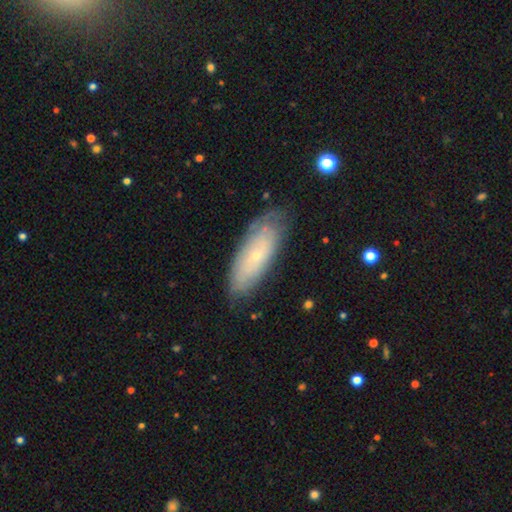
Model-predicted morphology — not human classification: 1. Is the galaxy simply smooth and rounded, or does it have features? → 50% featured or disk, 43% smooth, 7% star or artifact.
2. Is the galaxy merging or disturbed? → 73% none, 20% minor disturbance, 5% major disturbance, 2% merger.